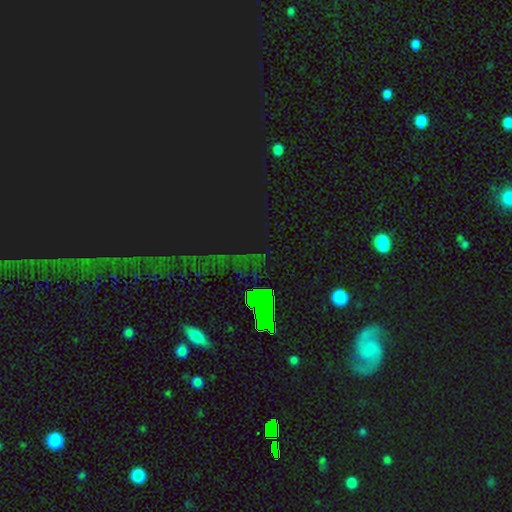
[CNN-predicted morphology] Smooth or featured?
  - star or artifact: 71% *
  - smooth: 15%
  - featured or disk: 14%